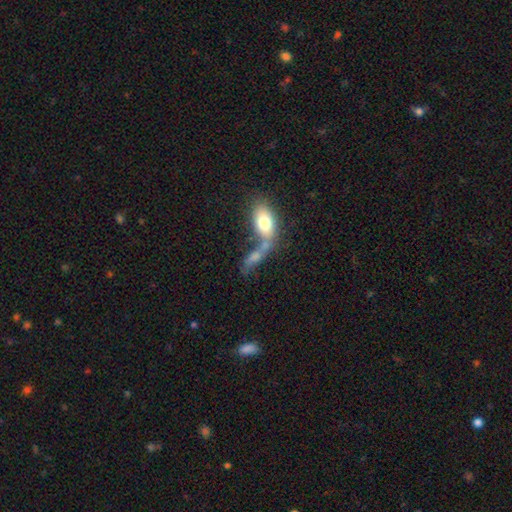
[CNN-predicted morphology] Overall: smooth (64%; featured or disk 26%). How rounded: in between (72%). Merging: merger (53%; none 28%).